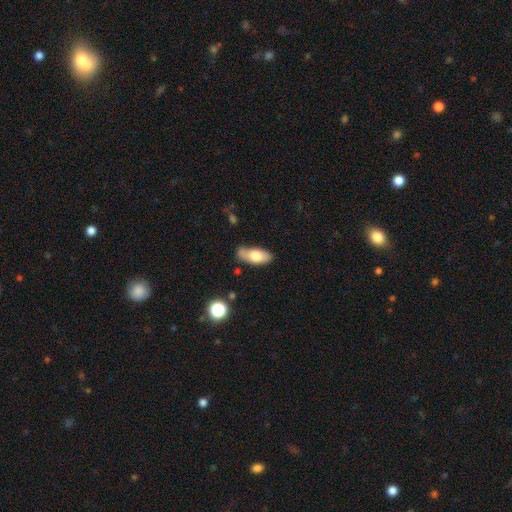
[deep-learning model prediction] Q: Smooth or featured?
A: smooth (72%); runner-up: featured or disk (22%)
Q: How rounded?
A: in between (81%); runner-up: cigar-shaped (16%)
Q: Merging?
A: none (65%); runner-up: minor disturbance (24%)